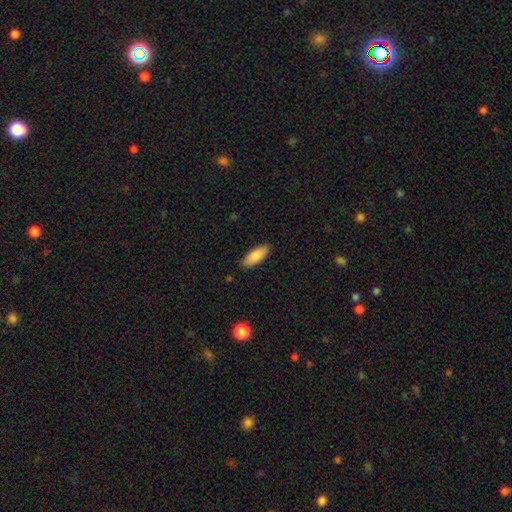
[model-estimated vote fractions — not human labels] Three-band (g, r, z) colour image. It shows a smooth galaxy with no disk features (84%) that is in between round and cigar-shaped (75%). Merging: none (87%).